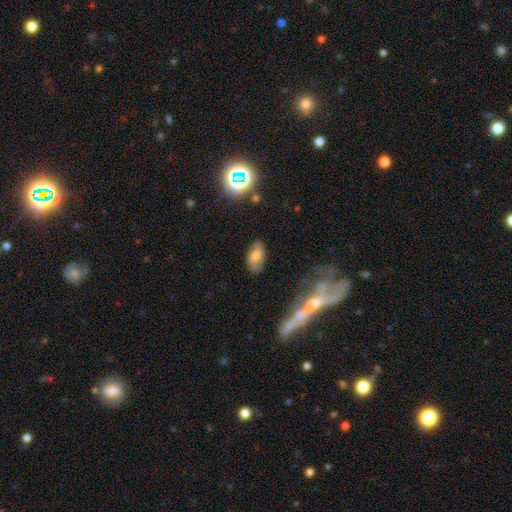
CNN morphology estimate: Smooth or featured? smooth (66%)
How rounded? in between (92%)
Merging? none (80%)